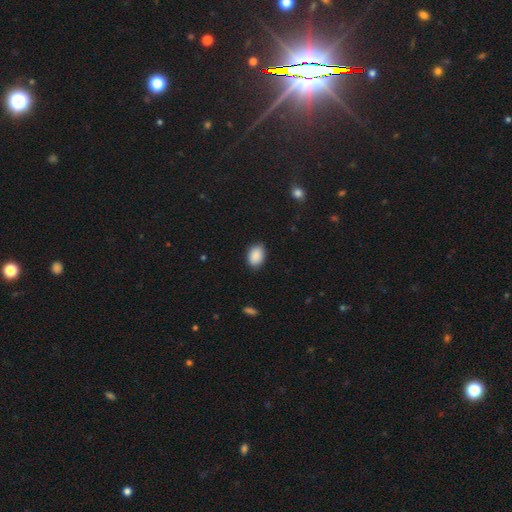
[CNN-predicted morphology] smooth_or_featured: smooth (p=0.90) [alt: star or artifact p=0.07]
how_rounded: in between (p=0.85) [alt: round p=0.14]
merging: none (p=0.86) [alt: minor disturbance p=0.11]